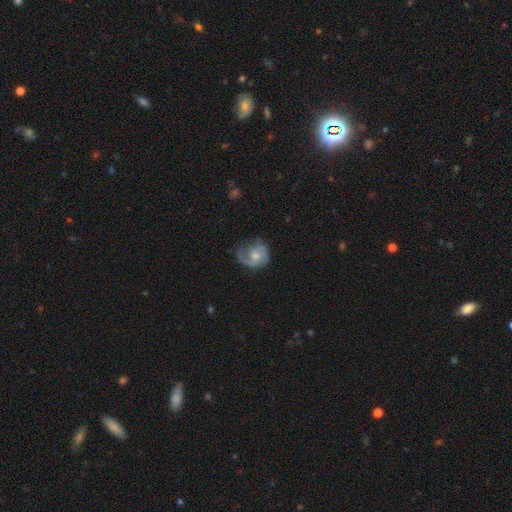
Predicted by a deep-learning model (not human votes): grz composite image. It shows a featured or disk galaxy (68%) with no bar (68%), 2 (46%) medium (43%) spiral arms (90%) and a moderate central bulge (53%). Merging: none (53%).